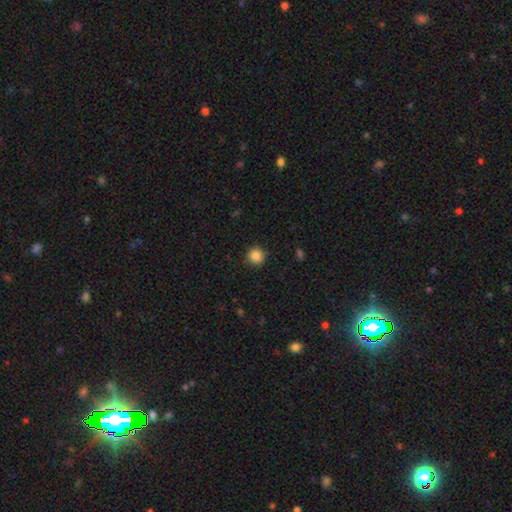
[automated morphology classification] Q: Smooth or featured?
A: smooth (86%); runner-up: star or artifact (10%)
Q: How rounded?
A: round (94%); runner-up: in between (6%)
Q: Merging?
A: none (90%); runner-up: minor disturbance (7%)